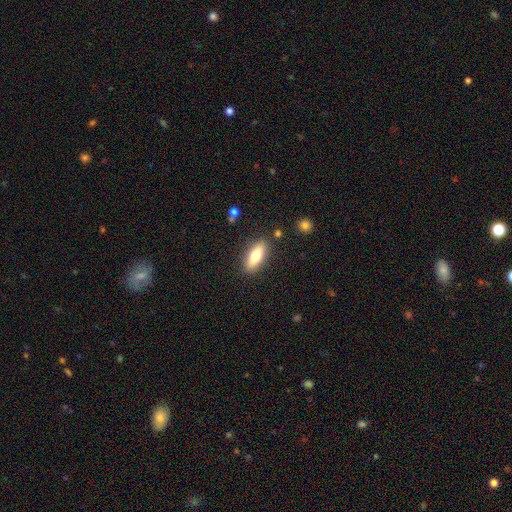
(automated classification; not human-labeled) Morphology: type=smooth (70%); roundness=in between (69%); merging=none (85%).